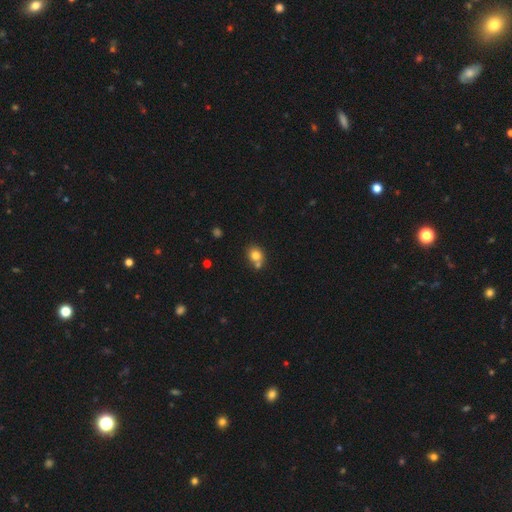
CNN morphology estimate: smooth-or-featured: smooth: 79% | star or artifact: 11% | featured or disk: 10%
  how-rounded: round: 72% | in between: 27% | cigar-shaped: 1%
  merging: none: 55% | merger: 32% | minor disturbance: 10% | major disturbance: 3%